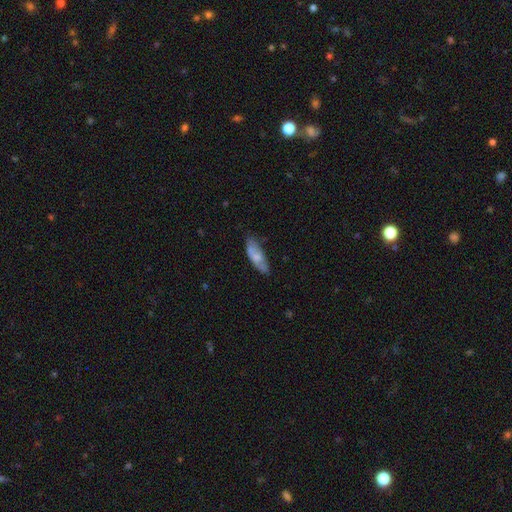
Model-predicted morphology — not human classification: smooth-or-featured: smooth: 65% | featured or disk: 29% | star or artifact: 6%
  how-rounded: in between: 63% | cigar-shaped: 35% | round: 2%
  merging: none: 65% | minor disturbance: 26% | major disturbance: 7% | merger: 3%